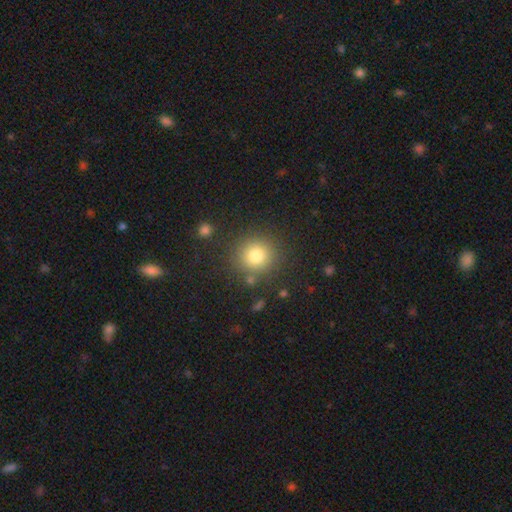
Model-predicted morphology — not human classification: smooth-or-featured: smooth: 79% | star or artifact: 13% | featured or disk: 8%
  how-rounded: round: 91% | in between: 8% | cigar-shaped: 1%
  merging: none: 84% | minor disturbance: 8% | merger: 4% | major disturbance: 4%